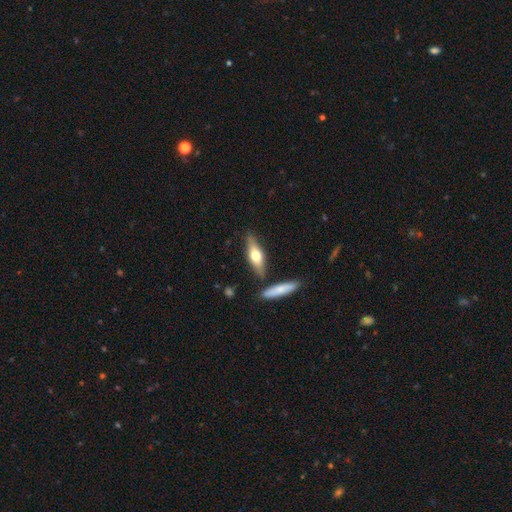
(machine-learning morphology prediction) Smooth or featured? Predicted: smooth (p=0.52). How rounded? Predicted: cigar-shaped (p=0.57). Merging? Predicted: none (p=0.78).